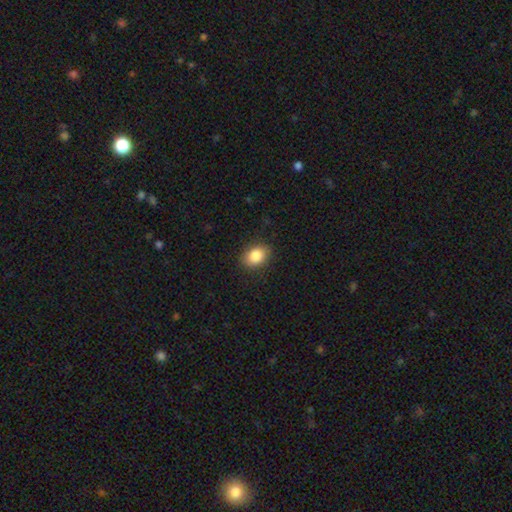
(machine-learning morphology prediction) Smooth or featured: smooth — 86% (star or artifact — 8%)
How rounded: in between — 71% (round — 28%)
Merging: none — 87% (minor disturbance — 10%)